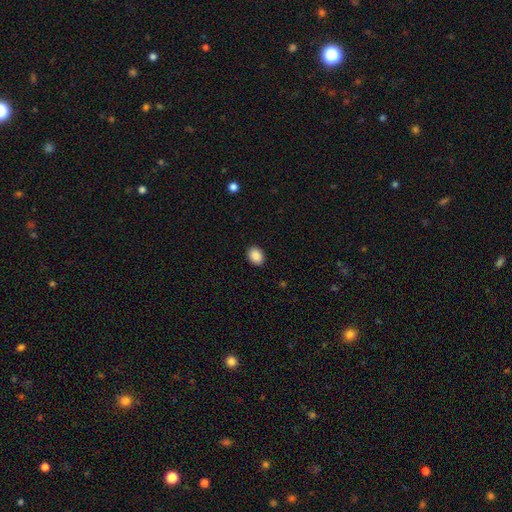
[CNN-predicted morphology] The model was most divided on "how rounded": in between: 54%, round: 45%, cigar-shaped: 1%. More confident: merging — none (91%); smooth or featured — smooth (89%).